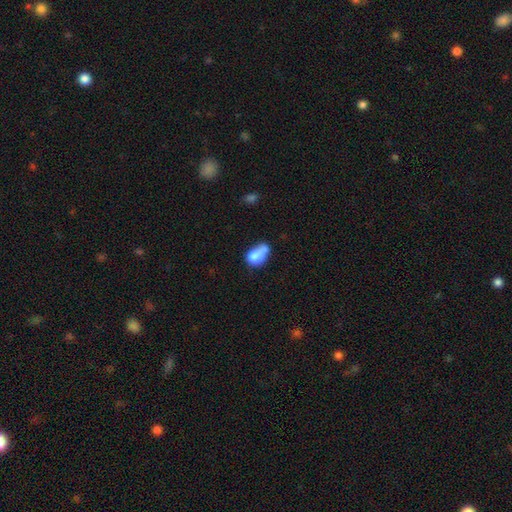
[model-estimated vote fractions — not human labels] The model was most divided on "merging": merger: 43%, none: 23%, minor disturbance: 20%, major disturbance: 13%. More confident: smooth or featured — smooth (71%); how rounded — in between (71%).